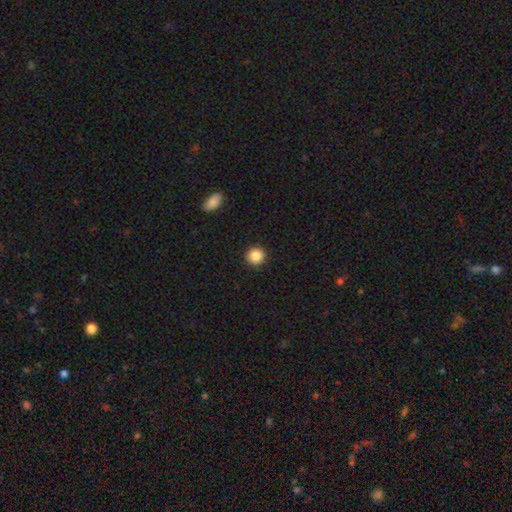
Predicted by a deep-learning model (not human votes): A smooth galaxy with no disk features (87%) that is round (93%). Merging: none (93%).